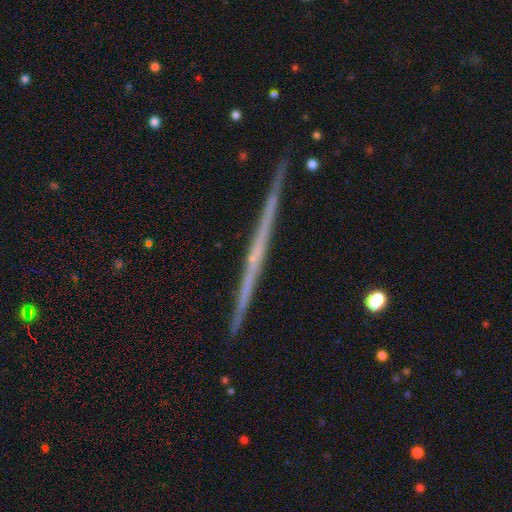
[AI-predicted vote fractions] A featured or disk galaxy (74%) viewed edge-on (98%) with no central bulge (86%).

Vote fractions:
- Smooth or featured? featured or disk: 74% / smooth: 20% / star or artifact: 6%
- Edge-on disk? yes: 98% / no: 2%
- Edge-on bulge? none: 86% / rounded: 10% / boxy: 4%
- Merging? none: 92% / minor disturbance: 6% / major disturbance: 1% / merger: 1%